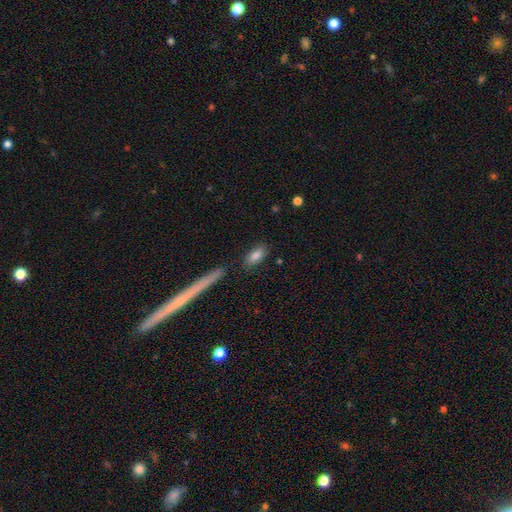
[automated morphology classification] smooth-or-featured: smooth: 83% | featured or disk: 10% | star or artifact: 7%
  how-rounded: in between: 82% | cigar-shaped: 14% | round: 4%
  merging: none: 79% | minor disturbance: 13% | merger: 4% | major disturbance: 3%